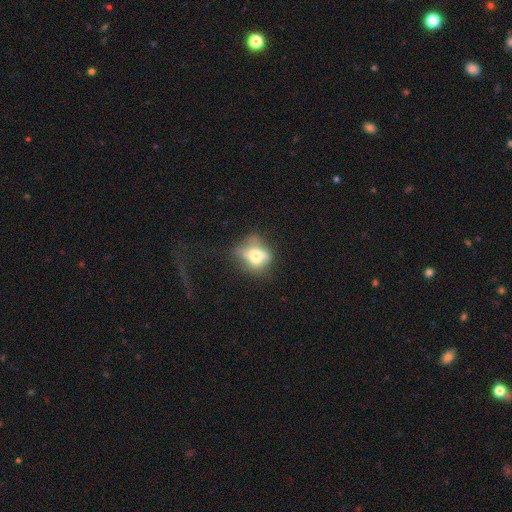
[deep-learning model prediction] Smooth or featured: smooth — 55% (featured or disk — 32%)
How rounded: round — 54% (in between — 43%)
Merging: none — 45% (minor disturbance — 26%)